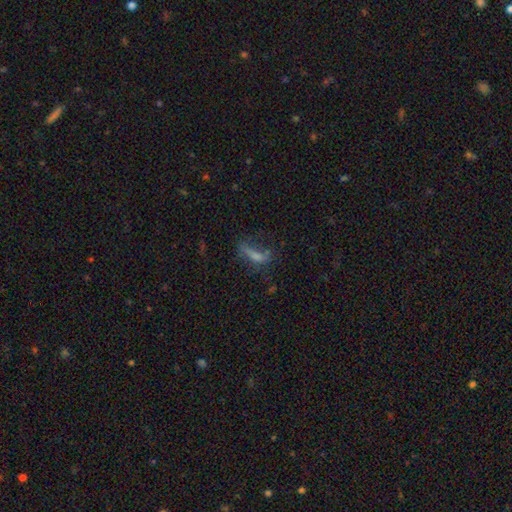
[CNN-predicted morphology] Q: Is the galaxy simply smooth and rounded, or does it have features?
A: smooth — 45%.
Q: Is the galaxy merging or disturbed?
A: none — 42%.